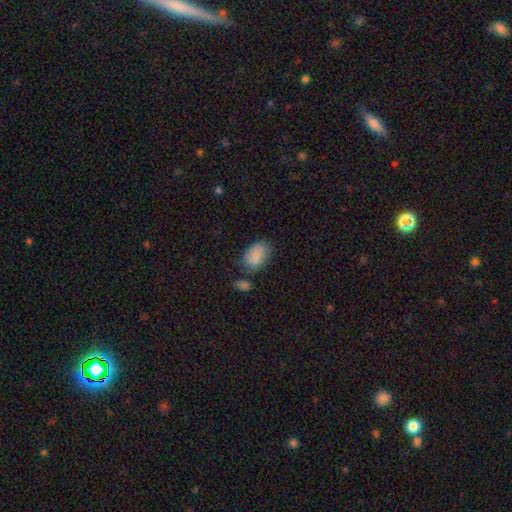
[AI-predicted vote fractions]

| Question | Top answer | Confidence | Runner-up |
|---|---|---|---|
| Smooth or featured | smooth | 85% | star or artifact (8%) |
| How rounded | in between | 89% | round (10%) |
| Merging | none | 59% | minor disturbance (21%) |